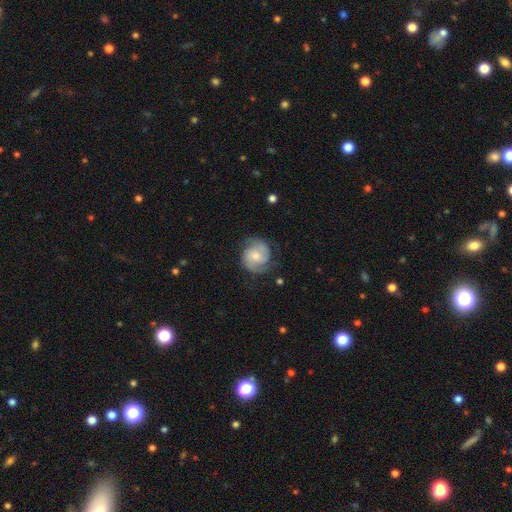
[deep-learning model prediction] Q: Smooth or featured?
A: featured or disk (75%); runner-up: smooth (19%)
Q: Edge-on disk?
A: no (98%); runner-up: yes (2%)
Q: Bar?
A: no (56%); runner-up: weak (36%)
Q: Spiral arms?
A: yes (95%); runner-up: no (5%)
Q: Spiral winding?
A: tight (44%); runner-up: medium (43%)
Q: Spiral arm count?
A: 2 (85%); runner-up: can't tell (7%)
Q: Bulge size?
A: moderate (49%); runner-up: small (39%)
Q: Merging?
A: none (74%); runner-up: minor disturbance (17%)